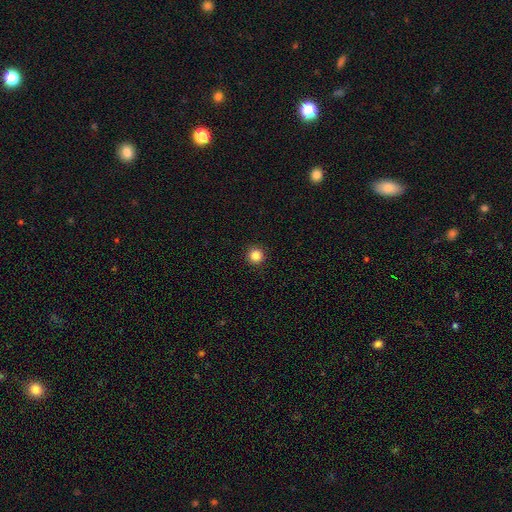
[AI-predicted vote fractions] Q: Smooth or featured?
A: smooth (85%); runner-up: star or artifact (11%)
Q: How rounded?
A: round (96%); runner-up: in between (3%)
Q: Merging?
A: none (93%); runner-up: minor disturbance (4%)